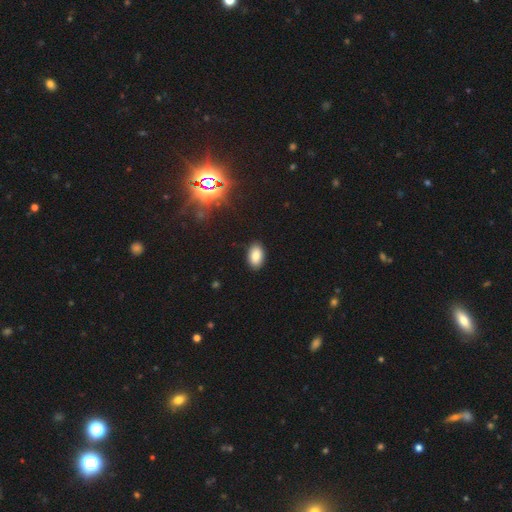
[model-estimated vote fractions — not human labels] This is clearly a smooth galaxy (84%). How rounded: clearly in between (92%). Merging: clearly none (89%).